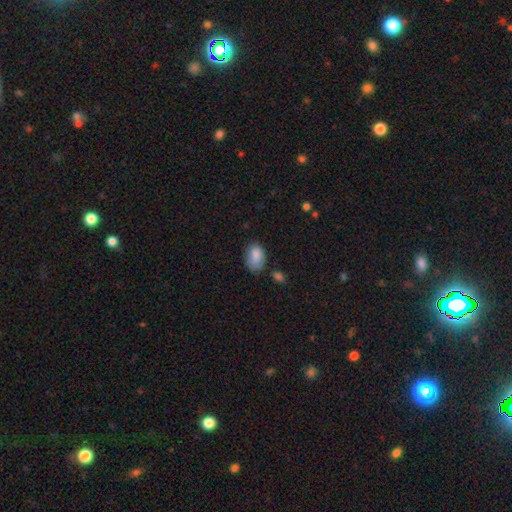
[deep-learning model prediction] Q: Smooth or featured?
A: smooth (85%); runner-up: star or artifact (8%)
Q: How rounded?
A: in between (85%); runner-up: round (13%)
Q: Merging?
A: none (61%); runner-up: minor disturbance (27%)